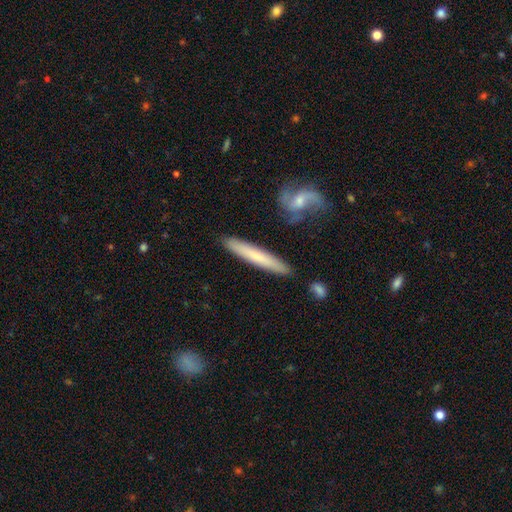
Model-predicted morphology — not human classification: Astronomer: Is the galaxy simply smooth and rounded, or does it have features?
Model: smooth — 58% (runner-up: featured or disk, 36%).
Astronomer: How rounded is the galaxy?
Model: cigar-shaped — 94%.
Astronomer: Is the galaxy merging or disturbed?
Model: none — 87%.